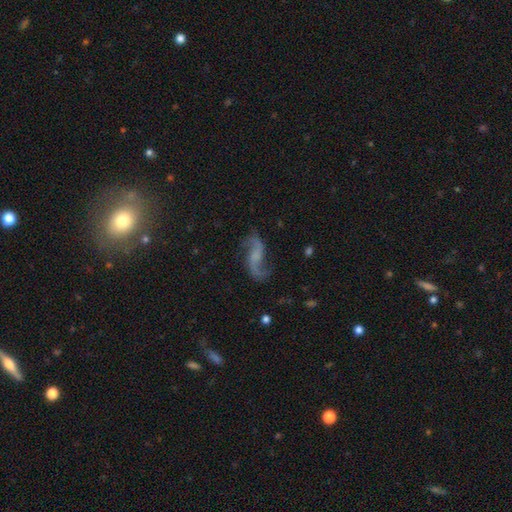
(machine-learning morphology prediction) Q: Smooth or featured?
A: featured or disk (85%); runner-up: smooth (8%)
Q: Edge-on disk?
A: no (96%); runner-up: yes (4%)
Q: Bar?
A: no (46%); runner-up: weak (41%)
Q: Spiral arms?
A: yes (96%); runner-up: no (4%)
Q: Spiral winding?
A: loose (79%); runner-up: medium (18%)
Q: Spiral arm count?
A: 2 (93%); runner-up: 1 (2%)
Q: Bulge size?
A: none (51%); runner-up: small (25%)
Q: Merging?
A: none (75%); runner-up: minor disturbance (14%)